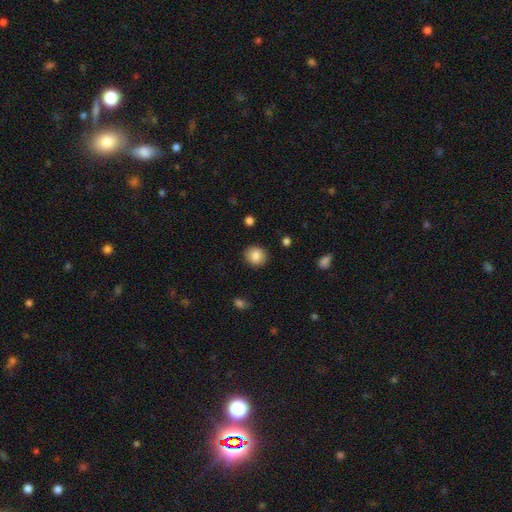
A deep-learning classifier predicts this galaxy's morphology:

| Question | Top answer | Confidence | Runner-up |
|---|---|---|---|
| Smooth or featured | smooth | 85% | star or artifact (9%) |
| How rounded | round | 86% | in between (13%) |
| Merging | none | 90% | minor disturbance (7%) |